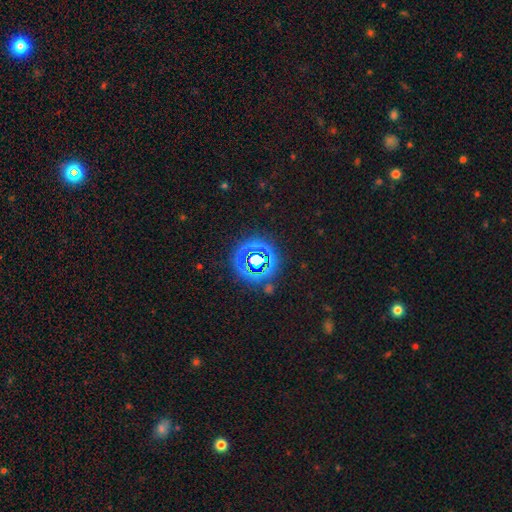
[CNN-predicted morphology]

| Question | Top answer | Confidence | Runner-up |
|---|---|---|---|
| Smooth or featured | star or artifact | 77% | smooth (16%) |